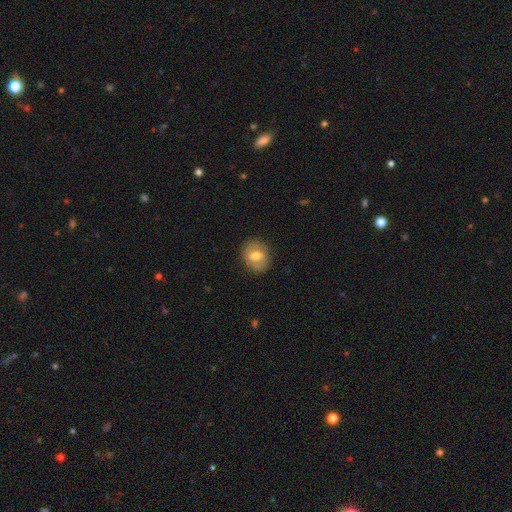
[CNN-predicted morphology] type=smooth (58%); roundness=round (65%); merging=none (82%).